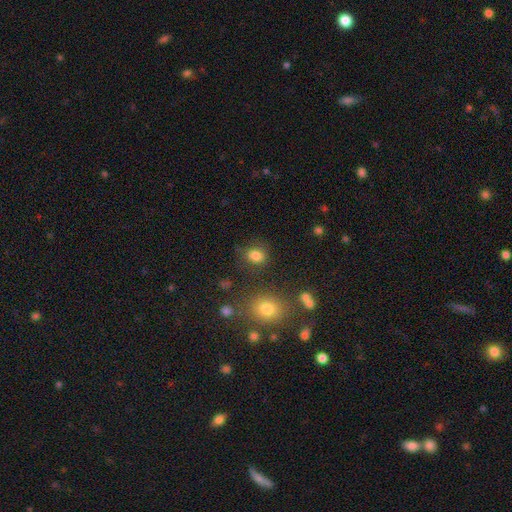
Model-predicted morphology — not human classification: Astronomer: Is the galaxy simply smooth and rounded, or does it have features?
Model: smooth — 81%.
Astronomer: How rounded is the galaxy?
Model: in between — 50% (runner-up: round, 49%).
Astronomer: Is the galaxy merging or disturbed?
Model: none — 77%.